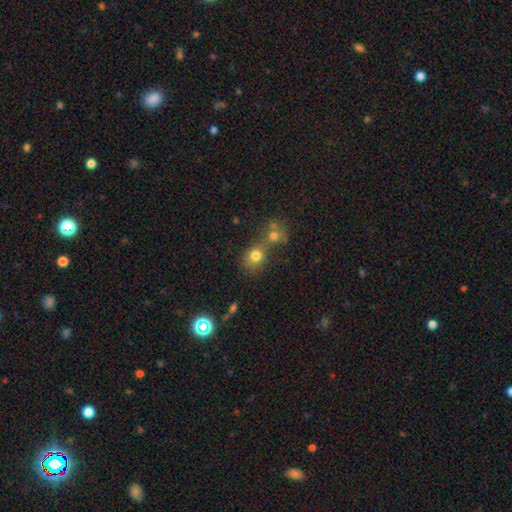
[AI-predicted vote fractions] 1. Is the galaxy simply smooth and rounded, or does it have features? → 76% smooth, 14% star or artifact, 10% featured or disk.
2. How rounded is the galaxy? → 70% round, 28% in between, 1% cigar-shaped.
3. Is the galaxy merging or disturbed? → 47% merger, 39% none, 9% minor disturbance, 5% major disturbance.